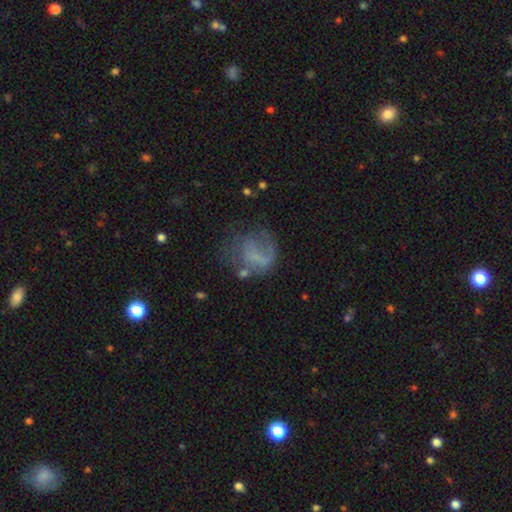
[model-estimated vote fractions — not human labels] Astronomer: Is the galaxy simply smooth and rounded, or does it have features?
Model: smooth — 44% (runner-up: featured or disk, 41%).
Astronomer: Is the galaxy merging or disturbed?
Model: major disturbance — 39% (runner-up: none, 35%).